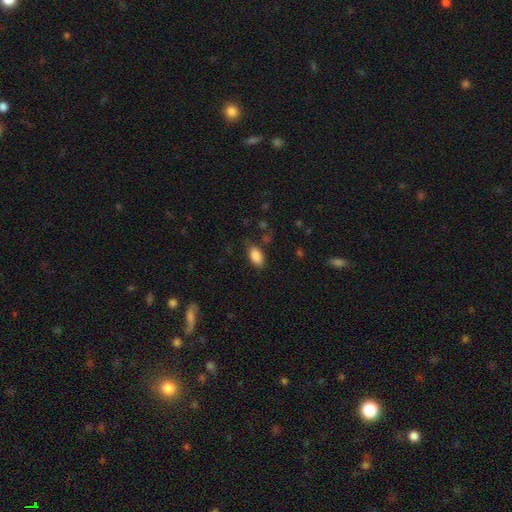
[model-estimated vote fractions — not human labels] smooth_or_featured: smooth (p=0.87) [alt: star or artifact p=0.08]
how_rounded: in between (p=0.92) [alt: round p=0.04]
merging: none (p=0.75) [alt: minor disturbance p=0.18]